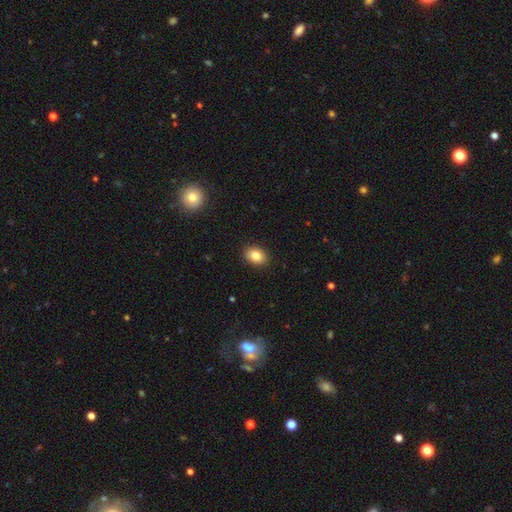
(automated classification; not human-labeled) smooth 84%, star or artifact 9%, featured or disk 7%. Down the decision tree: how rounded — in between (66%); merging — none (90%).